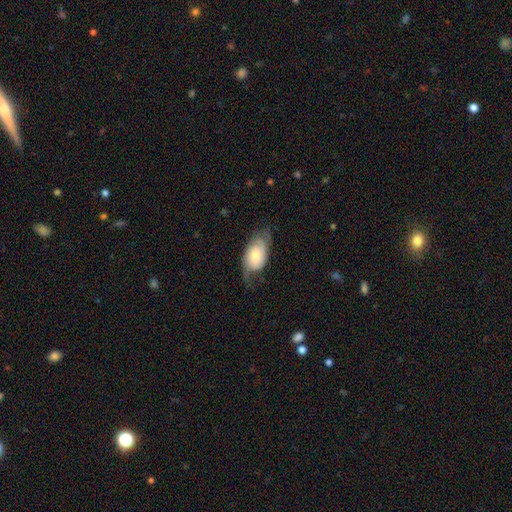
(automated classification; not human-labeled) Smooth or featured? Predicted: featured or disk (p=0.56). Edge-on disk? Predicted: no (p=0.94). Bar? Predicted: no (p=0.75). Spiral arms? Predicted: yes (p=0.86). Bulge size? Predicted: moderate (p=0.43). Merging? Predicted: none (p=0.55).